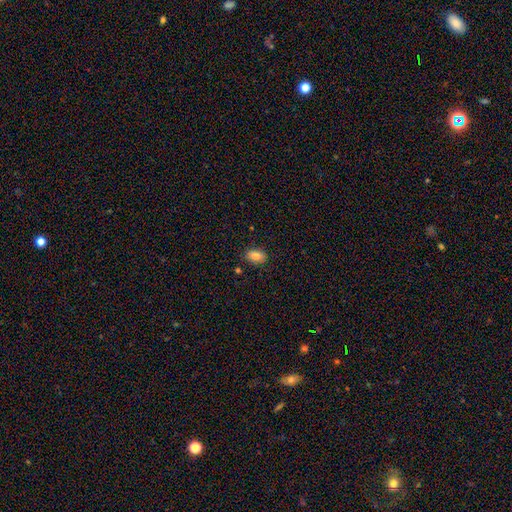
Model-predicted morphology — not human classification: Smooth or featured? Predicted: smooth (p=0.83). How rounded? Predicted: in between (p=0.86). Merging? Predicted: none (p=0.84).